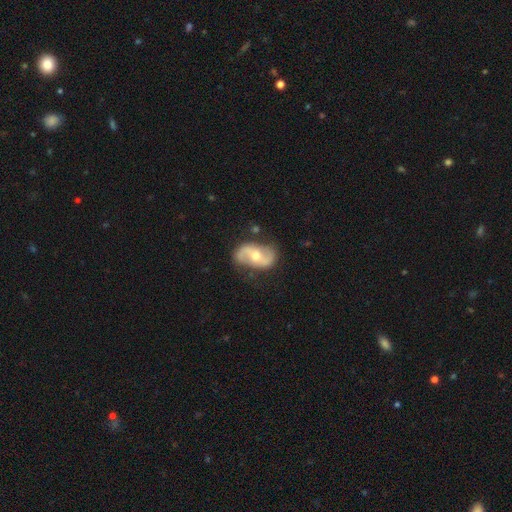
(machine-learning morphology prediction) Smooth or featured? Predicted: featured or disk (p=0.80). Edge-on disk? Predicted: no (p=0.97). Bar? Predicted: no (p=0.46). Spiral arms? Predicted: yes (p=0.90). Spiral winding? Predicted: loose (p=0.51). Spiral arm count? Predicted: 2 (p=0.92). Bulge size? Predicted: moderate (p=0.68). Merging? Predicted: none (p=0.78).